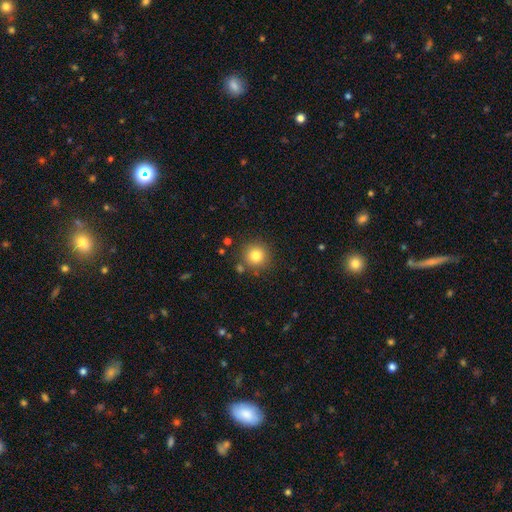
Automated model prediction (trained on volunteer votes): A smooth galaxy with no disk features (81%) that is round (94%). Merging: none (84%).